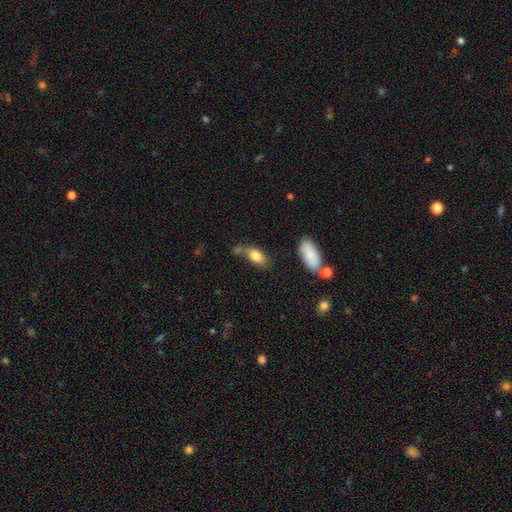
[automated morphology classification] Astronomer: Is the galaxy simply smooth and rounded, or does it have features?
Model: smooth — 80%.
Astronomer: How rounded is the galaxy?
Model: in between — 85%.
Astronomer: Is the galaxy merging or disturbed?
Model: none — 42% (runner-up: minor disturbance, 24%).